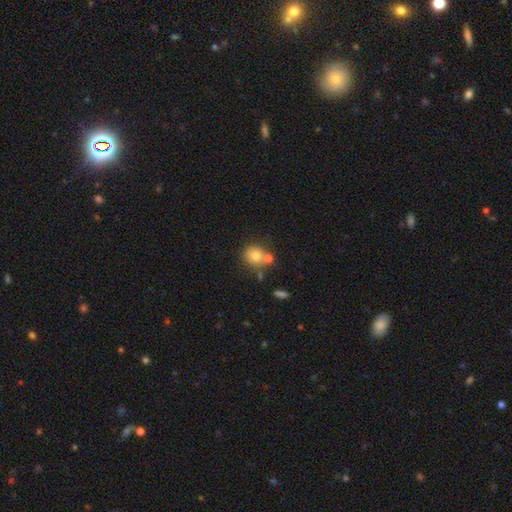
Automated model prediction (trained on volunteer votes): This appears to be a smooth galaxy with no disk features (76%) that is round (77%). Merging: none (55%).